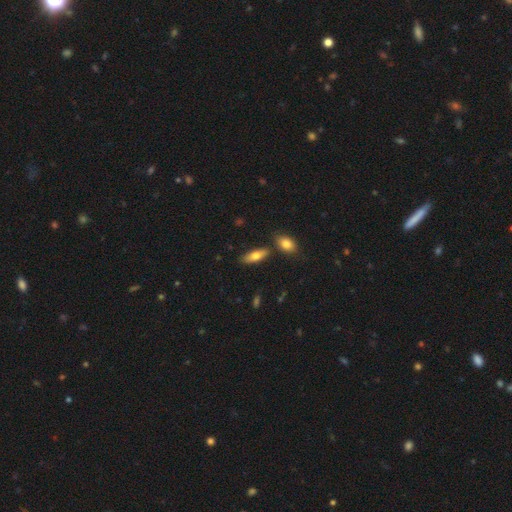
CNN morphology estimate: smooth_or_featured: smooth (p=0.74) [alt: featured or disk p=0.20]
how_rounded: in between (p=0.72) [alt: cigar-shaped p=0.25]
merging: none (p=0.76) [alt: minor disturbance p=0.11]